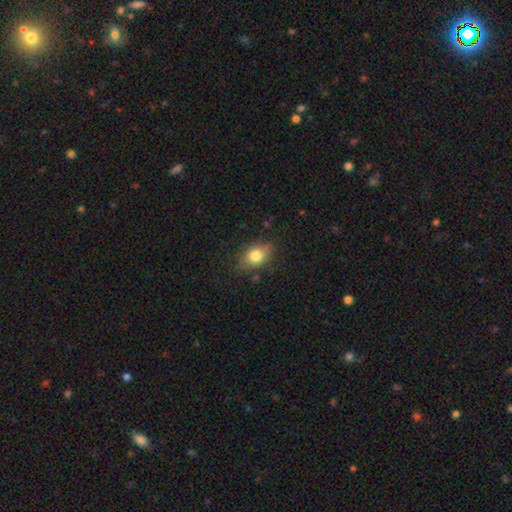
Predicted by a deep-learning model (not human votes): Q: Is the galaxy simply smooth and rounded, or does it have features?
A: smooth — 80%.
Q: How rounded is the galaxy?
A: in between — 72%.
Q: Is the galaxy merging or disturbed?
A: none — 74%.